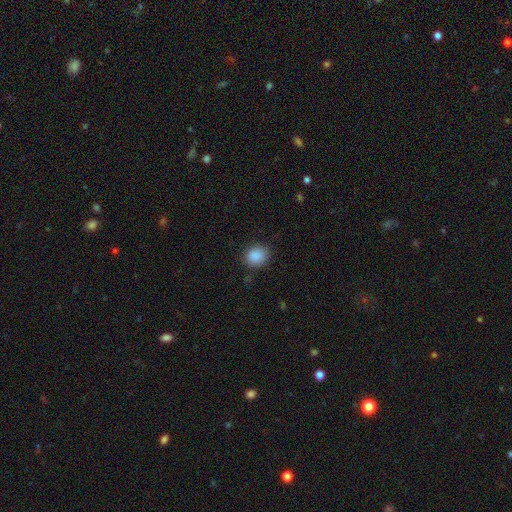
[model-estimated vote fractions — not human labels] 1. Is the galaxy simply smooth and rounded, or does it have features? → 88% smooth, 9% star or artifact, 3% featured or disk.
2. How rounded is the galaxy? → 71% round, 28% in between, 1% cigar-shaped.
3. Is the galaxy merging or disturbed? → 83% none, 12% minor disturbance, 3% major disturbance, 1% merger.